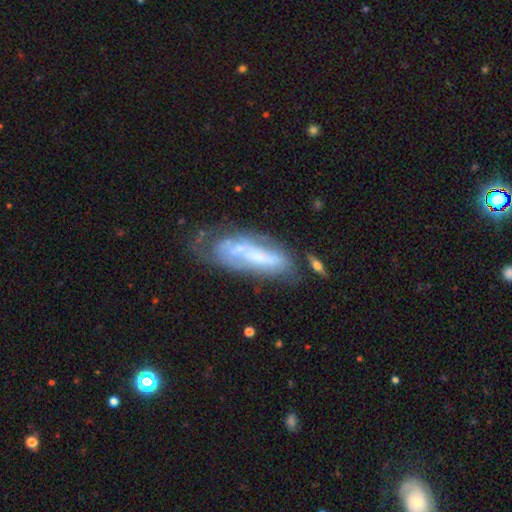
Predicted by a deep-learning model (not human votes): A featured or disk galaxy (60%).

Vote fractions:
- Smooth or featured? featured or disk: 60% / smooth: 31% / star or artifact: 9%
- Edge-on disk? no: 81% / yes: 19%
- Merging? none: 40% / minor disturbance: 26% / major disturbance: 22% / merger: 11%